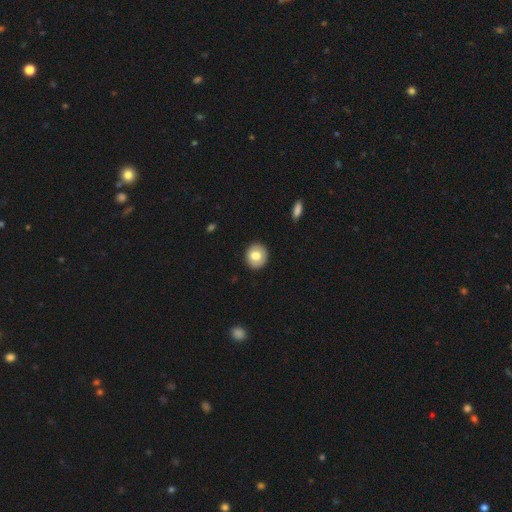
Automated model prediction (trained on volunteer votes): Overall: smooth (75%). How rounded: round (86%). Merging: none (91%).